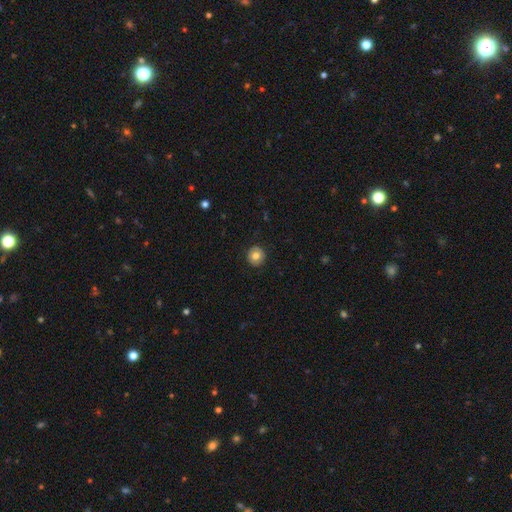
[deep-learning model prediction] A smooth galaxy with no disk features (76%) that is round (92%). Merging: none (91%).